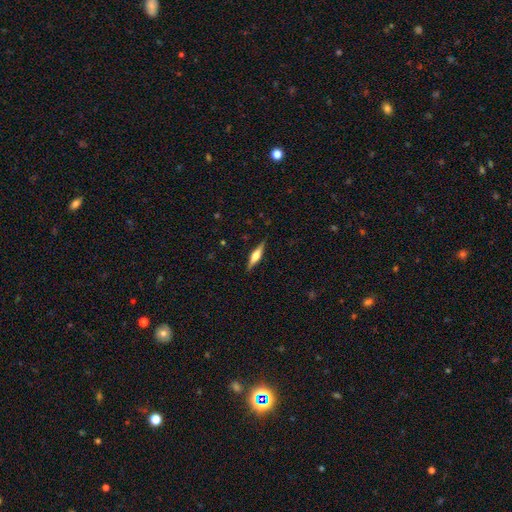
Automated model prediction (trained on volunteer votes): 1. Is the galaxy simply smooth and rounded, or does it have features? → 68% featured or disk, 26% smooth, 6% star or artifact.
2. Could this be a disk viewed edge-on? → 97% yes, 3% no.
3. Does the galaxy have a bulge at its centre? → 85% rounded, 12% boxy, 3% none.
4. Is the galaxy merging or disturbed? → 89% none, 8% minor disturbance, 2% major disturbance, 1% merger.